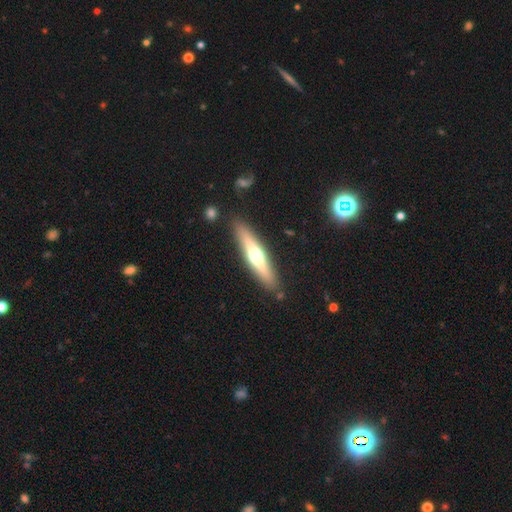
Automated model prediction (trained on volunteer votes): smooth_or_featured: featured or disk (p=0.54) [alt: smooth p=0.40]
disk_edge_on: yes (p=0.92) [alt: no p=0.08]
merging: none (p=0.87) [alt: minor disturbance p=0.09]